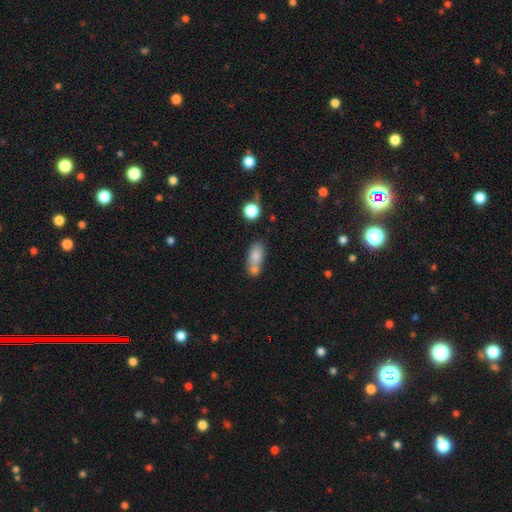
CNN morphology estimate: Overall: smooth (79%). How rounded: in between (82%). Merging: merger (41%; none 39%).